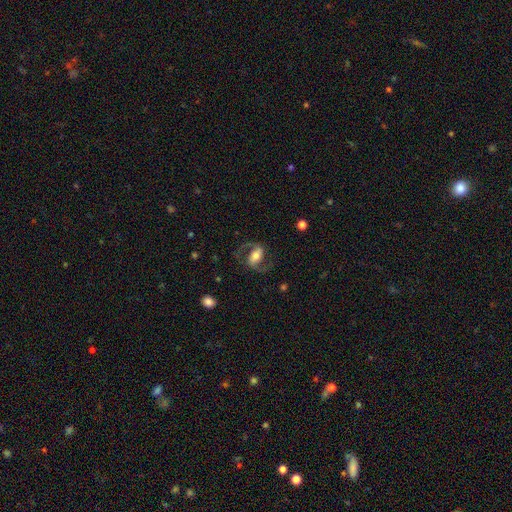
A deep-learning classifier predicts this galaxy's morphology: smooth-or-featured: featured or disk: 80% | smooth: 14% | star or artifact: 6%
  disk-edge-on: no: 96% | yes: 4%
    bar: strong: 40% | weak: 37% | no: 23%
    has-spiral-arms: yes: 94% | no: 6%
      spiral-winding: medium: 55% | loose: 33% | tight: 11%
      spiral-arm-count: 2: 92% | 1: 3% | can't tell: 2% | 3: 1% | 4: 1% | more than 4: 1%
    bulge-size: moderate: 57% | large: 20% | small: 19% | dominant: 3% | none: 2%
  merging: none: 73% | minor disturbance: 13% | major disturbance: 12% | merger: 1%